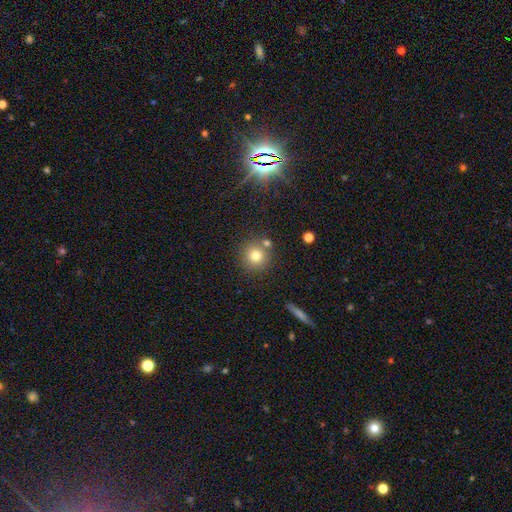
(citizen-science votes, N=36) smooth_or_featured: smooth (p=0.92) [alt: star or artifact p=0.06]
how_rounded: round (p=0.94) [alt: cigar-shaped p=0.06]
merging: none (p=0.76) [alt: merger p=0.12]